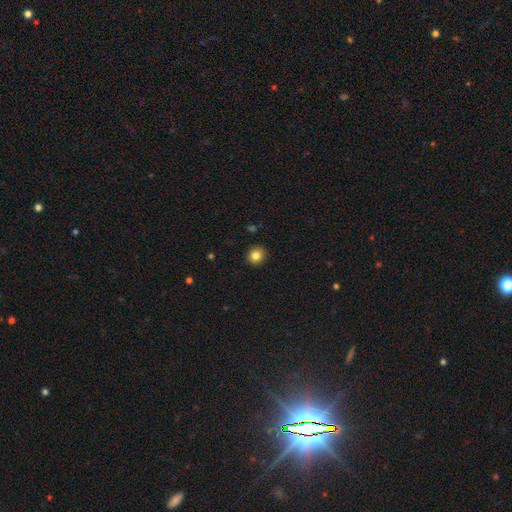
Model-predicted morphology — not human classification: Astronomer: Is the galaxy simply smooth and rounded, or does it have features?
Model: smooth — 83%.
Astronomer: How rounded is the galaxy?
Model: round — 88%.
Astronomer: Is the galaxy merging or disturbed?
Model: none — 92%.